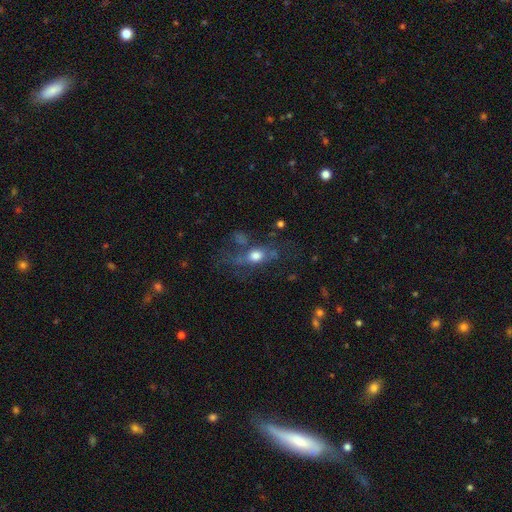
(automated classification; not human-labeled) Q: Smooth or featured?
A: smooth (53%); runner-up: featured or disk (33%)
Q: How rounded?
A: in between (60%); runner-up: round (27%)
Q: Merging?
A: none (38%); runner-up: major disturbance (33%)